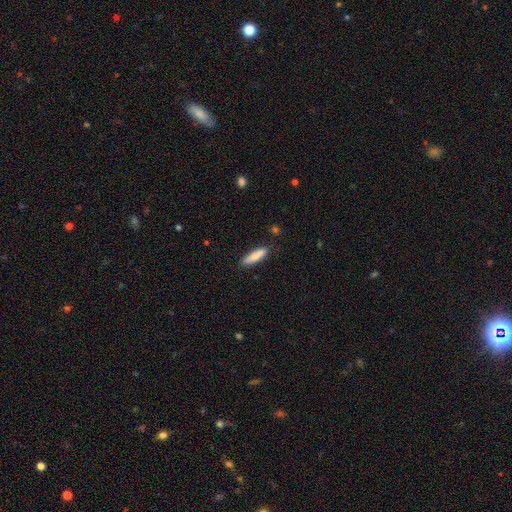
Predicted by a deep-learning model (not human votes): smooth-or-featured: smooth: 85% | featured or disk: 9% | star or artifact: 6%
  how-rounded: cigar-shaped: 72% | in between: 27% | round: 1%
  merging: none: 85% | minor disturbance: 12% | major disturbance: 2% | merger: 1%